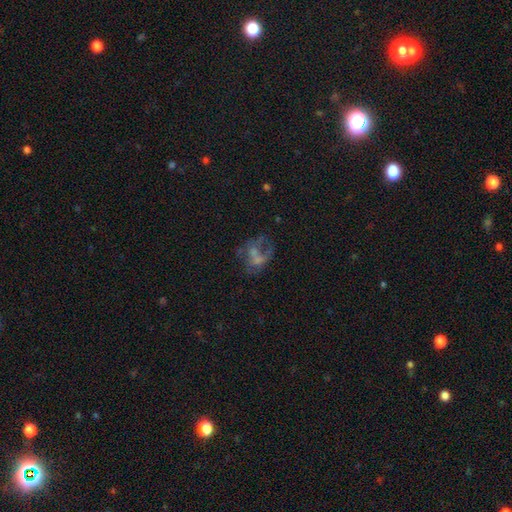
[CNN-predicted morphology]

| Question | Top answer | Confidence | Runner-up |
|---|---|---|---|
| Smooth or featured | featured or disk | 55% | smooth (29%) |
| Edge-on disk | no | 98% | yes (2%) |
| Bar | no | 85% | weak (13%) |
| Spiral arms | no | 80% | yes (20%) |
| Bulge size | none | 50% | small (22%) |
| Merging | major disturbance | 33% | none (32%) |